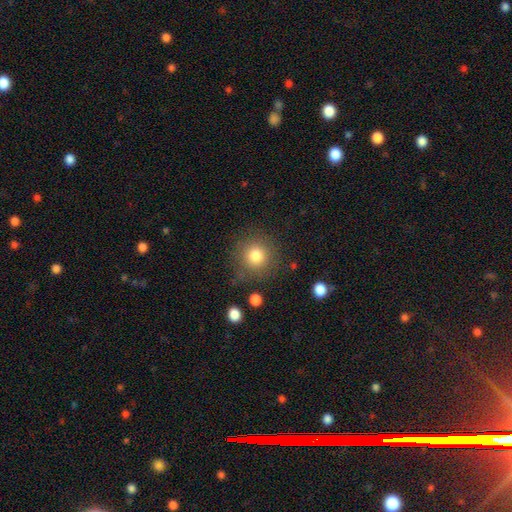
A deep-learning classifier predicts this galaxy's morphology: This appears to be a smooth galaxy with no disk features (81%) that is round (93%). Merging: none (81%).